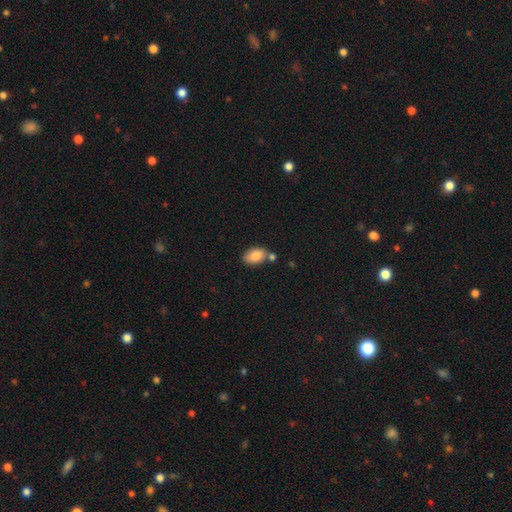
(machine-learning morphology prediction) This is clearly a smooth galaxy (85%). How rounded: clearly in between (91%). Merging: likely none (63%).